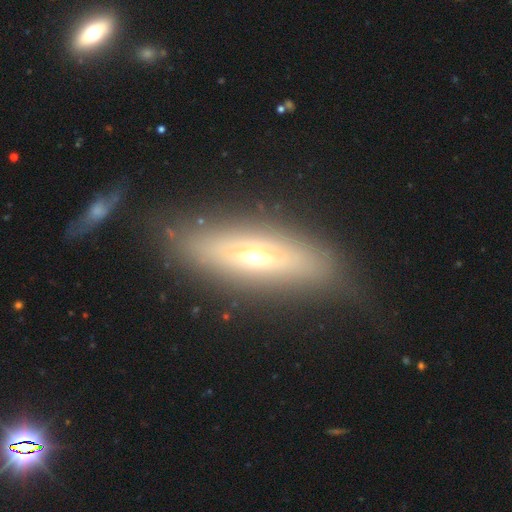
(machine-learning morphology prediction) The model was most divided on "smooth or featured": featured or disk: 53%, smooth: 38%, star or artifact: 9%. More confident: merging — none (78%); edge-on disk — yes (65%).